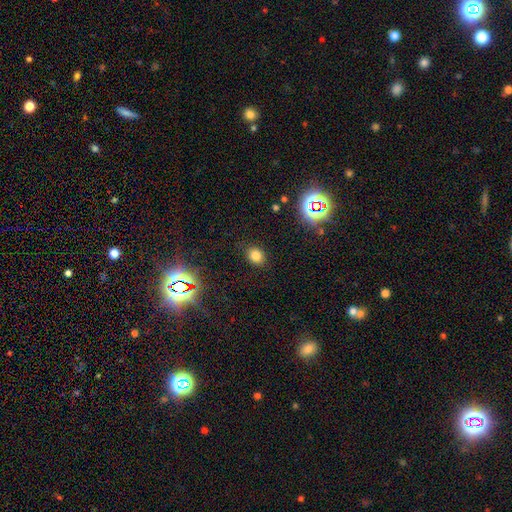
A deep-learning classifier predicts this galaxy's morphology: smooth 77%, star or artifact 17%, featured or disk 6%. Down the decision tree: how rounded — round (50%); merging — none (86%).